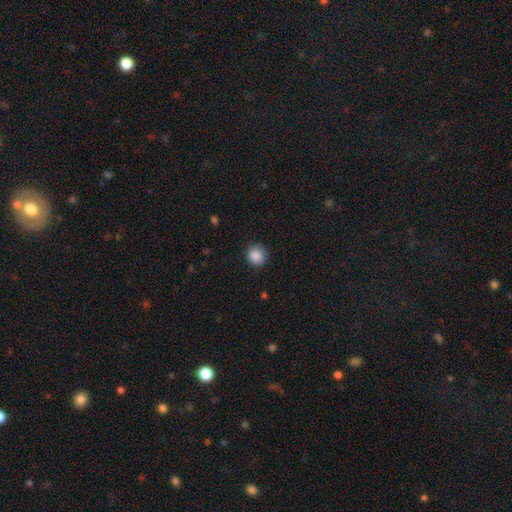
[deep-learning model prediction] Smooth or featured?
  - smooth: 88% *
  - star or artifact: 9%
  - featured or disk: 3%
How rounded?
  - round: 87% *
  - in between: 12%
  - cigar-shaped: 1%
Merging?
  - none: 86% *
  - minor disturbance: 11%
  - major disturbance: 3%
  - merger: 1%